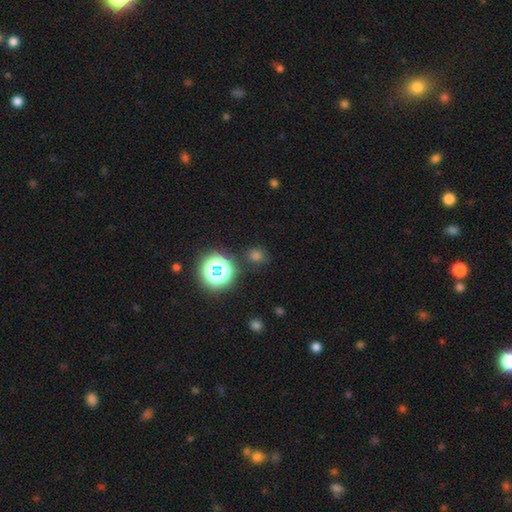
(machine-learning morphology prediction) Overall: smooth (55%; star or artifact 39%). How rounded: round (84%). Merging: none (84%).